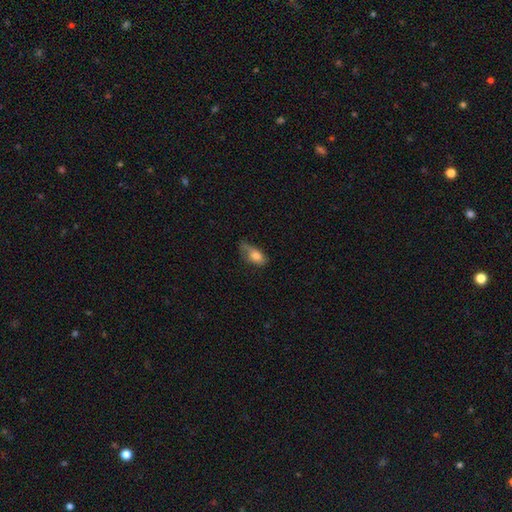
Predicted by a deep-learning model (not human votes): Smooth or featured?
  - smooth: 78% *
  - featured or disk: 14%
  - star or artifact: 8%
How rounded?
  - in between: 86% *
  - cigar-shaped: 7%
  - round: 7%
Merging?
  - minor disturbance: 39% *
  - none: 38%
  - major disturbance: 19%
  - merger: 3%